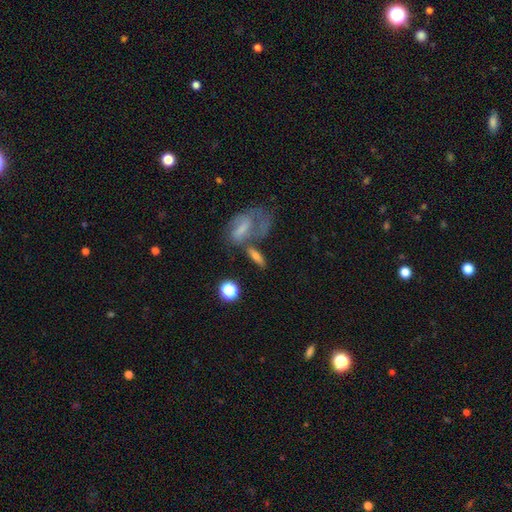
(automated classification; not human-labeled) Smooth or featured? smooth (54%)
How rounded? in between (52%)
Merging? none (48%)